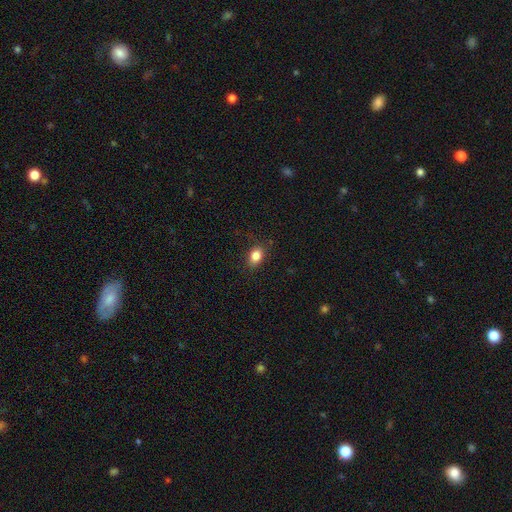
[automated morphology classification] smooth_or_featured: smooth (p=0.84) [alt: star or artifact p=0.10]
how_rounded: in between (p=0.72) [alt: round p=0.26]
merging: none (p=0.85) [alt: minor disturbance p=0.12]